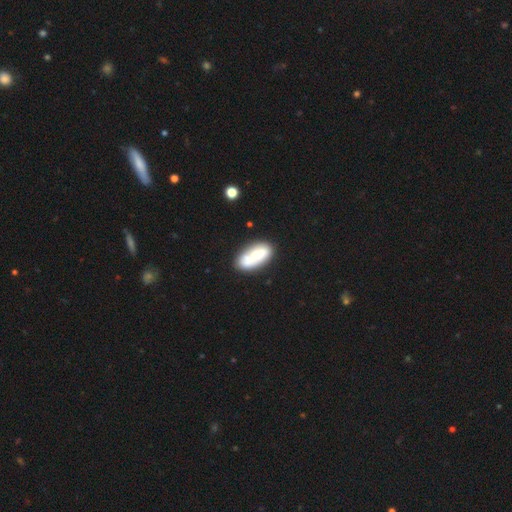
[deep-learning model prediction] smooth_or_featured: smooth (p=0.61) [alt: featured or disk p=0.32]
how_rounded: in between (p=0.88) [alt: cigar-shaped p=0.08]
merging: none (p=0.49) [alt: merger p=0.25]